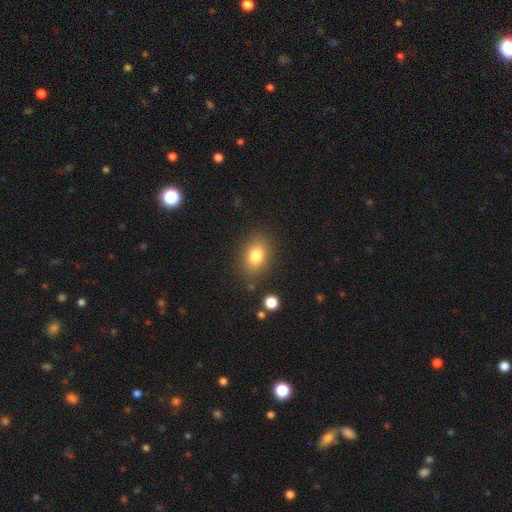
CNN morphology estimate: Q: Smooth or featured?
A: smooth (80%); runner-up: featured or disk (10%)
Q: How rounded?
A: in between (78%); runner-up: round (21%)
Q: Merging?
A: none (83%); runner-up: minor disturbance (11%)